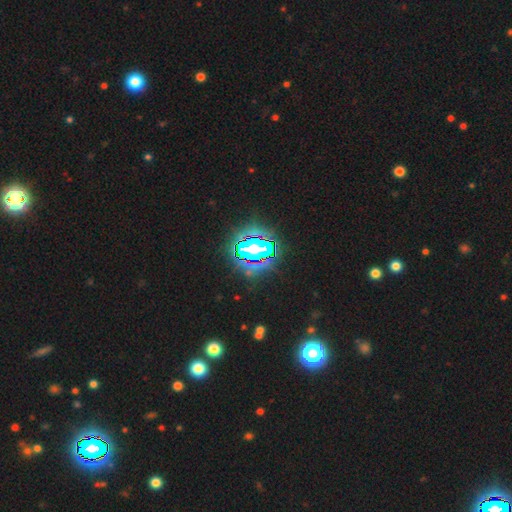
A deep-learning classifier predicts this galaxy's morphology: Q: Smooth or featured?
A: star or artifact (83%); runner-up: smooth (10%)